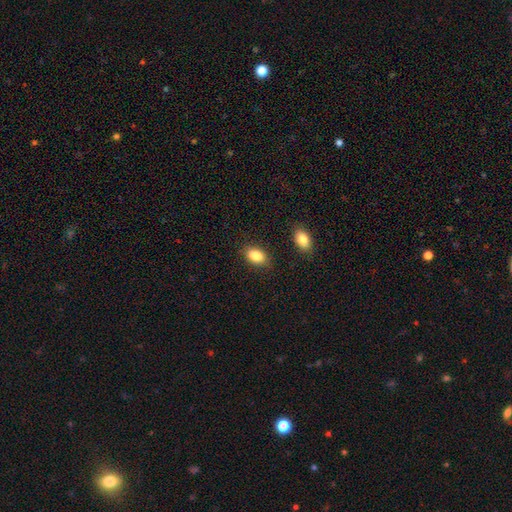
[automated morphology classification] type=smooth (86%); roundness=in between (89%); merging=none (82%).